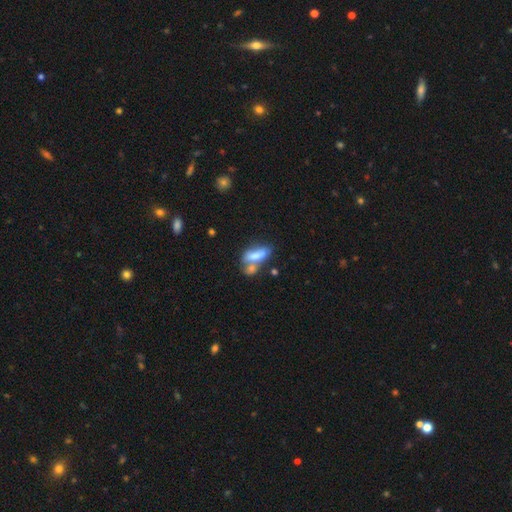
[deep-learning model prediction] This appears to be a smooth galaxy with no disk features (64%) that is in between round and cigar-shaped (73%). Merging: merger (49%).